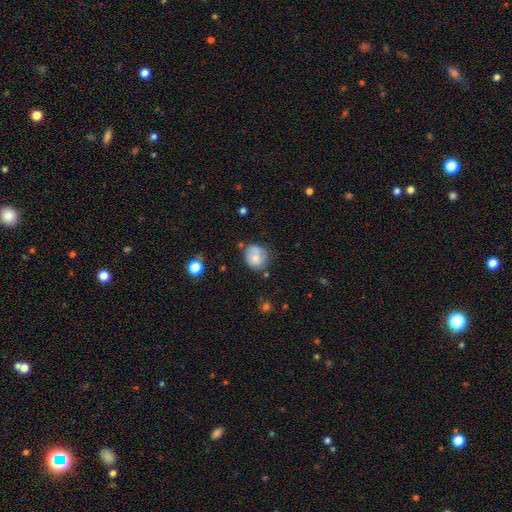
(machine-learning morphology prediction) Q: Smooth or featured?
A: smooth (69%); runner-up: featured or disk (22%)
Q: How rounded?
A: round (74%); runner-up: in between (25%)
Q: Merging?
A: none (58%); runner-up: minor disturbance (27%)